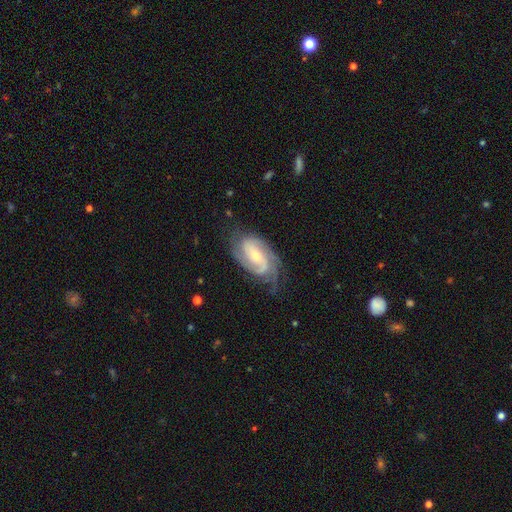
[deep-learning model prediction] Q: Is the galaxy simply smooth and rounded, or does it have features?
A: featured or disk — 87%.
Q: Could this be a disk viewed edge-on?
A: no — 96%.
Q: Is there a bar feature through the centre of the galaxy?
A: no — 42%.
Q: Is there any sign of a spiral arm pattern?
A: yes — 97%.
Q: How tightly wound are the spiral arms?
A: tight — 50%.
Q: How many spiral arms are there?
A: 2 — 48%.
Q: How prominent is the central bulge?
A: small — 55%.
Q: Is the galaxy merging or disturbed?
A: none — 68%.